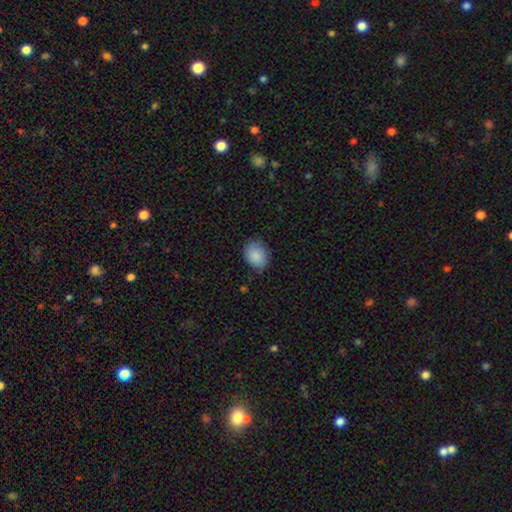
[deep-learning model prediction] smooth 89%, star or artifact 7%, featured or disk 5%. Down the decision tree: how rounded — in between (56%); merging — none (78%).